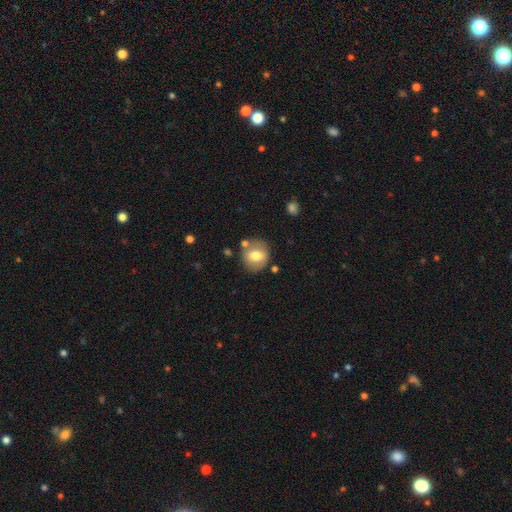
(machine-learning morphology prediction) Q: Smooth or featured?
A: smooth (67%); runner-up: featured or disk (25%)
Q: How rounded?
A: round (75%); runner-up: in between (24%)
Q: Merging?
A: none (75%); runner-up: minor disturbance (13%)